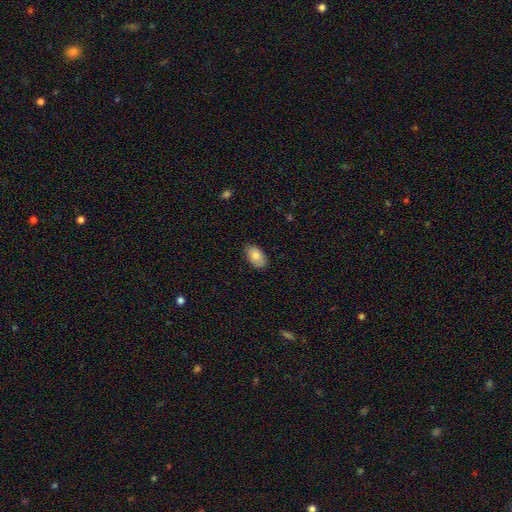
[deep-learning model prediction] Smooth or featured? smooth (84%)
How rounded? in between (93%)
Merging? none (83%)